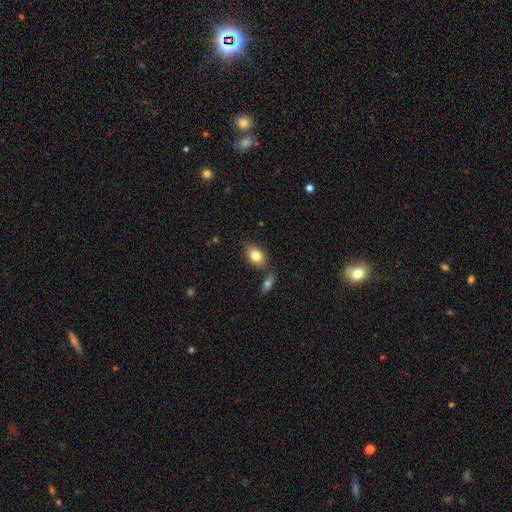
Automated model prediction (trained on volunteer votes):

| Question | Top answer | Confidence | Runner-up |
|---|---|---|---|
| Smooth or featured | smooth | 80% | featured or disk (12%) |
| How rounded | in between | 82% | round (15%) |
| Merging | none | 71% | minor disturbance (13%) |